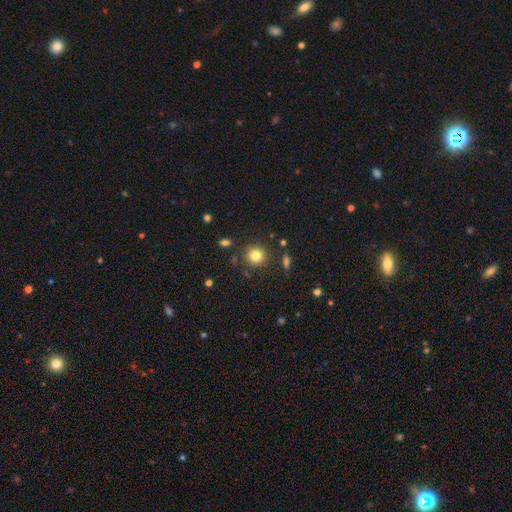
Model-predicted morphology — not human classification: The model was most divided on "smooth or featured": smooth: 81%, star or artifact: 12%, featured or disk: 7%. More confident: how rounded — round (91%); merging — none (85%).